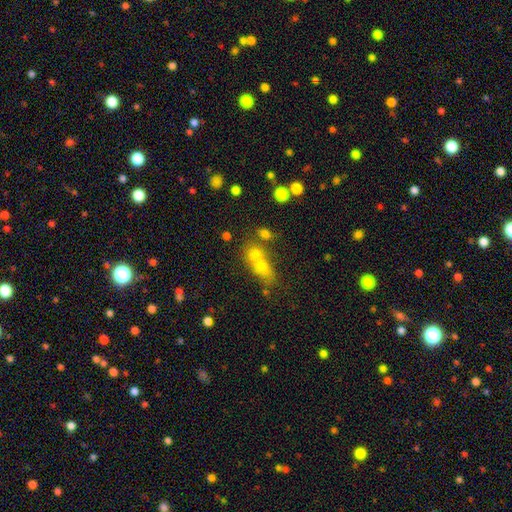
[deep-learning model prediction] smooth 61%, star or artifact 20%, featured or disk 19%. Down the decision tree: how rounded — round (48%); merging — merger (54%).